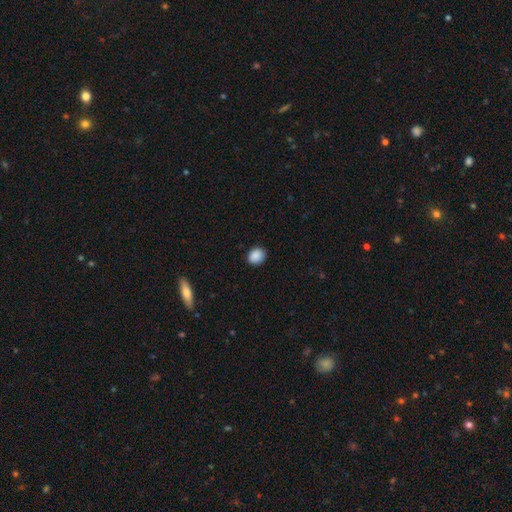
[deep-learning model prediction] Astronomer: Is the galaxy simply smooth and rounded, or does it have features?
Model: smooth — 88%.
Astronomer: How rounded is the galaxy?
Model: round — 67%.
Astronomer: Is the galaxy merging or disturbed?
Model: none — 88%.